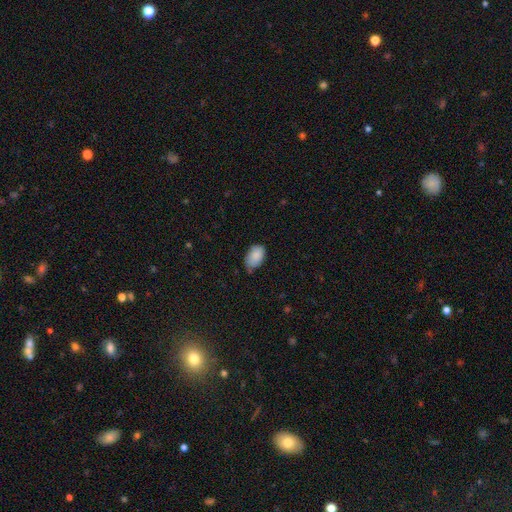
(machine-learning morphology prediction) smooth 86%, star or artifact 7%, featured or disk 7%. Down the decision tree: how rounded — in between (90%); merging — none (59%).